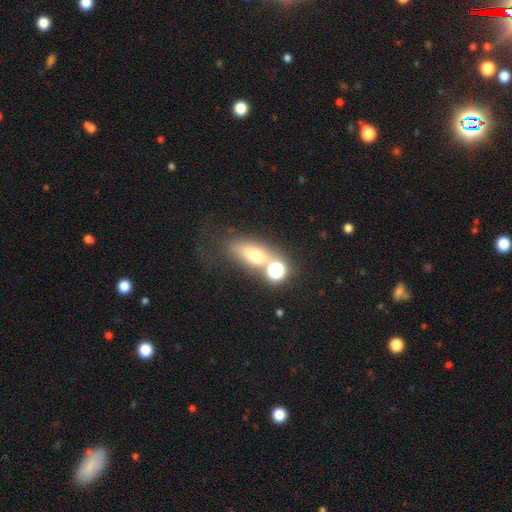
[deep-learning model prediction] smooth 62%, featured or disk 19%, star or artifact 19%. Down the decision tree: how rounded — in between (61%); merging — none (49%).